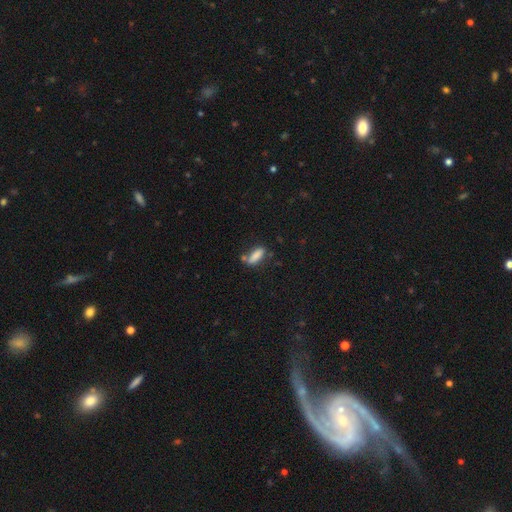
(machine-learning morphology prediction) smooth 83%, featured or disk 9%, star or artifact 8%. Down the decision tree: how rounded — in between (58%); merging — none (59%).